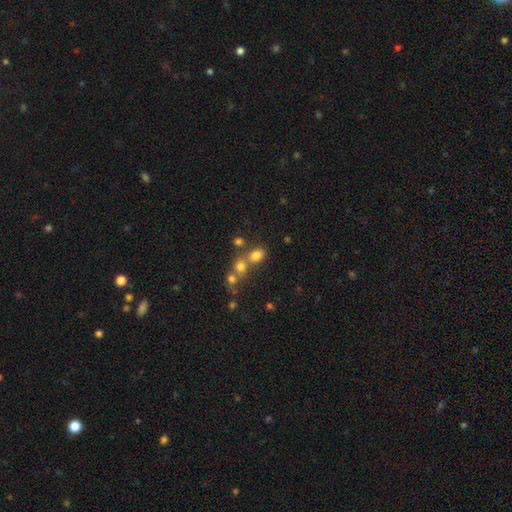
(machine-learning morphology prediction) Smooth or featured? Predicted: smooth (p=0.75). How rounded? Predicted: in between (p=0.61). Merging? Predicted: none (p=0.47).